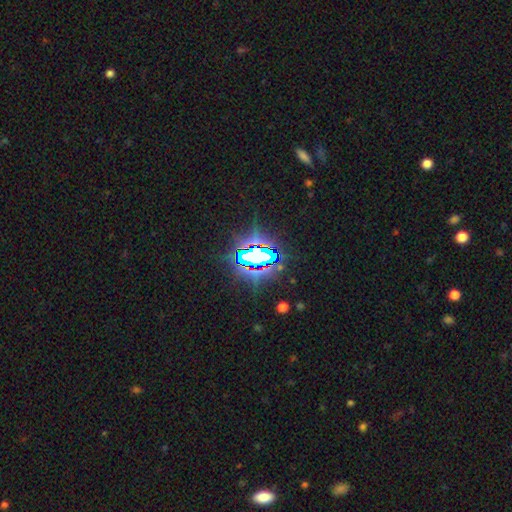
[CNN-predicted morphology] A star or artifact, not a galaxy (75%).